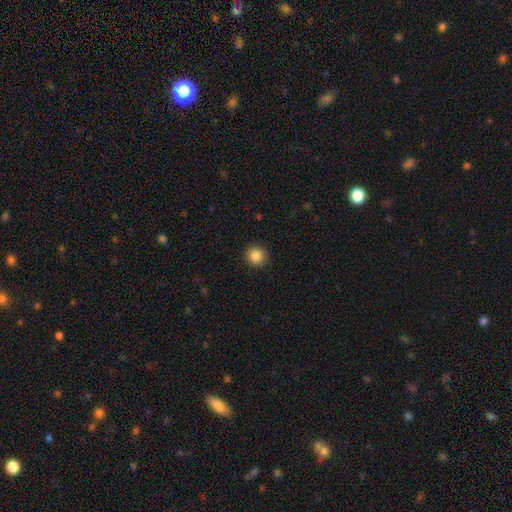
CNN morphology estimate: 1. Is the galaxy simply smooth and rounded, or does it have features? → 87% smooth, 10% star or artifact, 3% featured or disk.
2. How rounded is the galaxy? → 92% round, 7% in between, 1% cigar-shaped.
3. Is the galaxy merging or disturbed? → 92% none, 5% minor disturbance, 2% major disturbance, 1% merger.